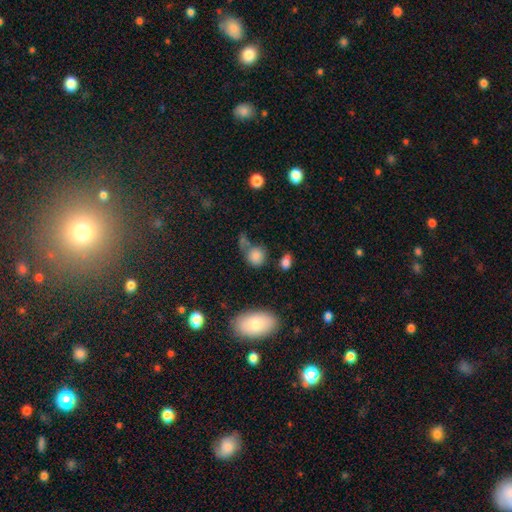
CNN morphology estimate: type=smooth (82%); roundness=round (71%); merging=none (50%).